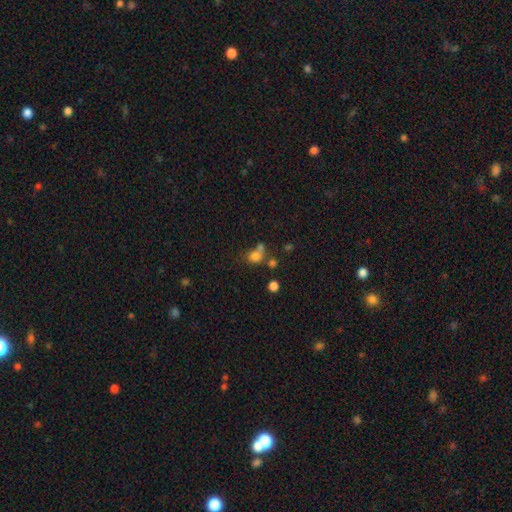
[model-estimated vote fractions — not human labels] Overall: smooth (74%). How rounded: round (64%; in between 35%). Merging: none (41%; merger 35%).